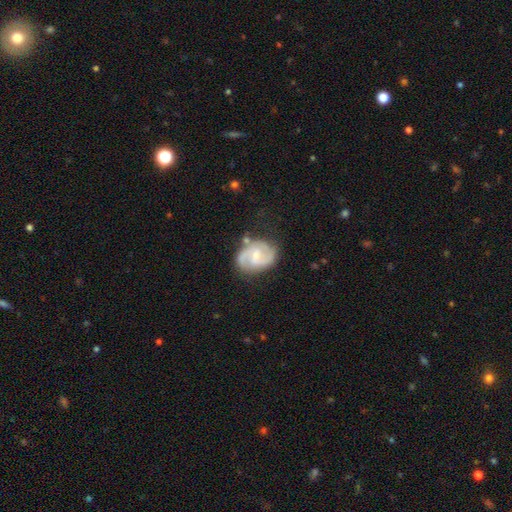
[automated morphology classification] This appears to be a featured or disk galaxy (81%) with a weak bar (55%), 2 (86%) medium (54%) spiral arms (95%) and a small central bulge (49%). Merging: none (70%).